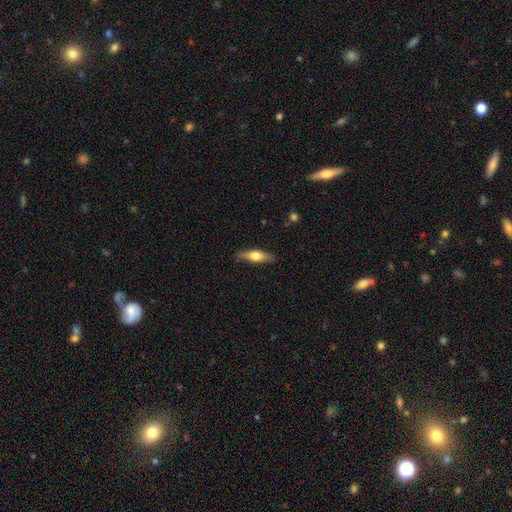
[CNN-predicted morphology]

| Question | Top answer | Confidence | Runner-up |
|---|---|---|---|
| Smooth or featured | smooth | 48% | featured or disk (46%) |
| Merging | none | 84% | minor disturbance (12%) |